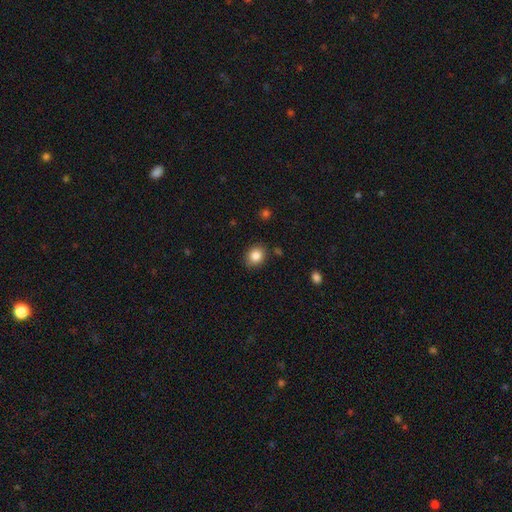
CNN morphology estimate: type=smooth (85%); roundness=round (55%); merging=none (87%).